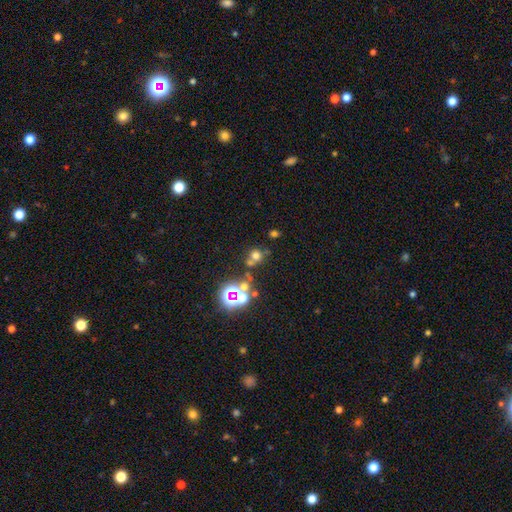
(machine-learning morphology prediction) The model was most divided on "merging": none: 58%, merger: 28%, minor disturbance: 9%, major disturbance: 6%. More confident: how rounded — round (87%); smooth or featured — smooth (59%).